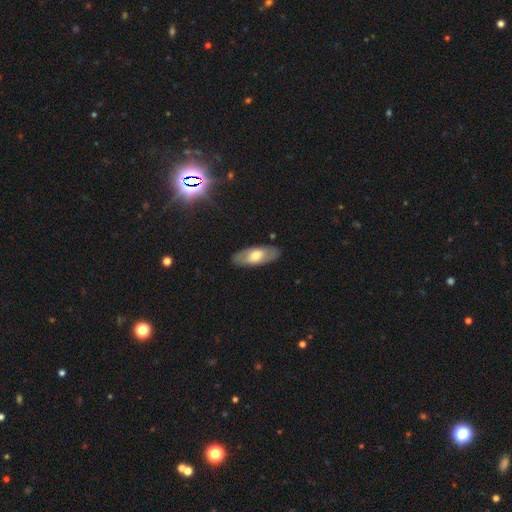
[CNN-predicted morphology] Smooth or featured: smooth — 53% (featured or disk — 41%)
How rounded: in between — 81% (cigar-shaped — 16%)
Merging: none — 86% (minor disturbance — 10%)